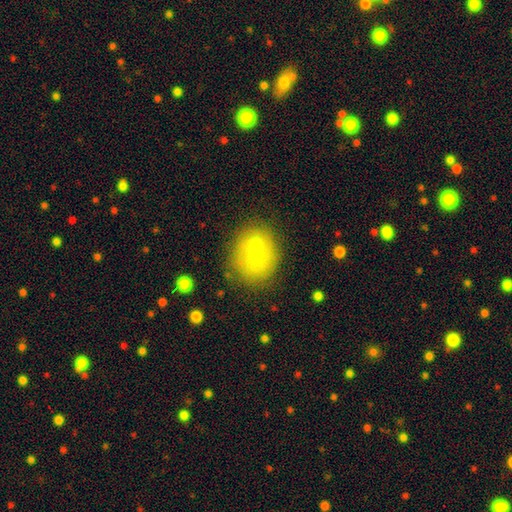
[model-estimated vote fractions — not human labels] A smooth galaxy with no disk features (59%) that is round (75%).

Vote fractions:
- Smooth or featured? smooth: 59% / featured or disk: 29% / star or artifact: 12%
- How rounded? round: 75% / in between: 24% / cigar-shaped: 1%
- Merging? none: 59% / merger: 19% / minor disturbance: 16% / major disturbance: 6%